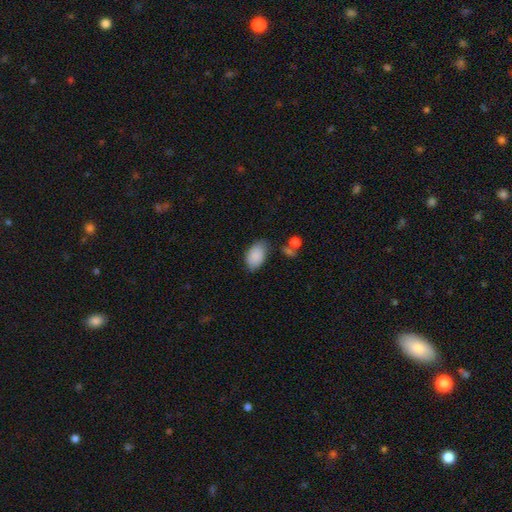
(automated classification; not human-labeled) Smooth or featured?
  - smooth: 87% *
  - featured or disk: 7%
  - star or artifact: 6%
How rounded?
  - in between: 93% *
  - round: 6%
  - cigar-shaped: 1%
Merging?
  - none: 69% *
  - minor disturbance: 22%
  - major disturbance: 5%
  - merger: 4%